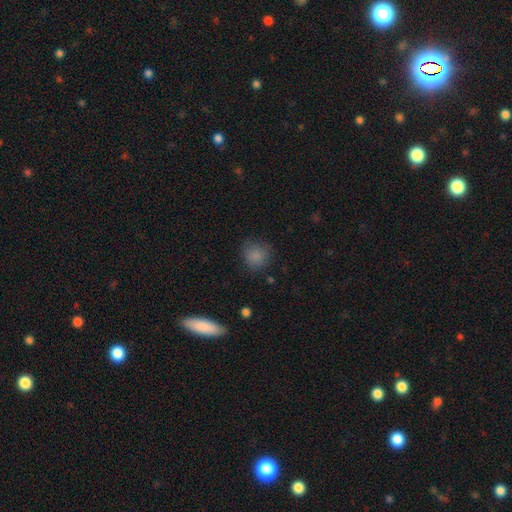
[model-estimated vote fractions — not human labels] Q: Smooth or featured?
A: smooth (83%); runner-up: star or artifact (12%)
Q: How rounded?
A: round (86%); runner-up: in between (13%)
Q: Merging?
A: none (77%); runner-up: minor disturbance (16%)